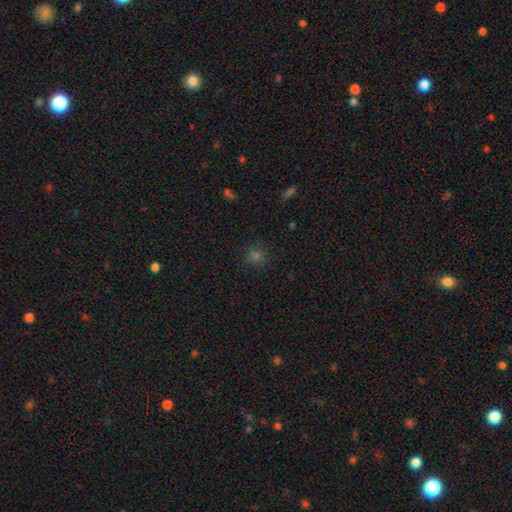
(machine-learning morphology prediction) The model was most divided on "smooth or featured": smooth: 65%, star or artifact: 29%, featured or disk: 7%. More confident: how rounded — round (88%); merging — none (86%).